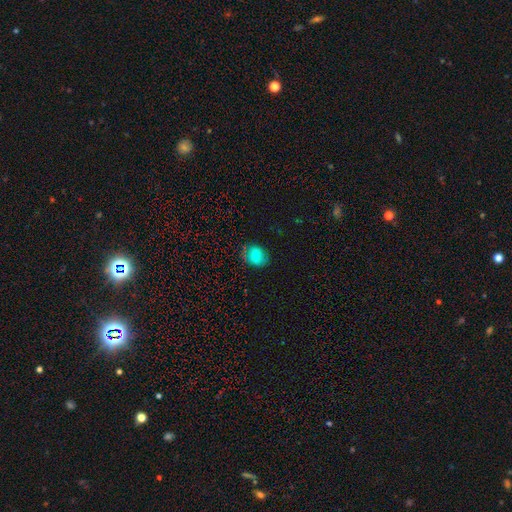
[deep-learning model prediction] Morphology: type=smooth (76%); roundness=in between (52%); merging=none (74%).